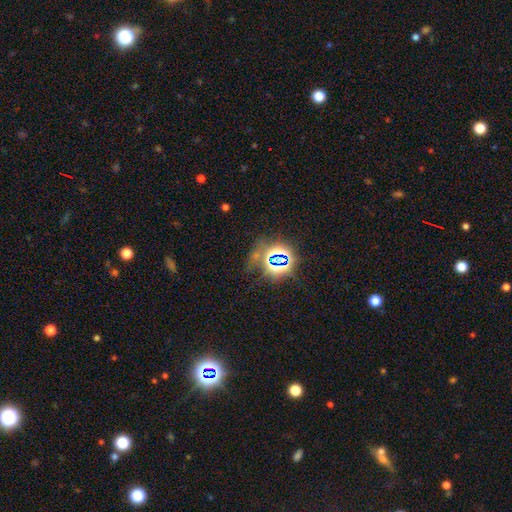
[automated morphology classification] This appears to be a star or artifact, not a galaxy (77%).